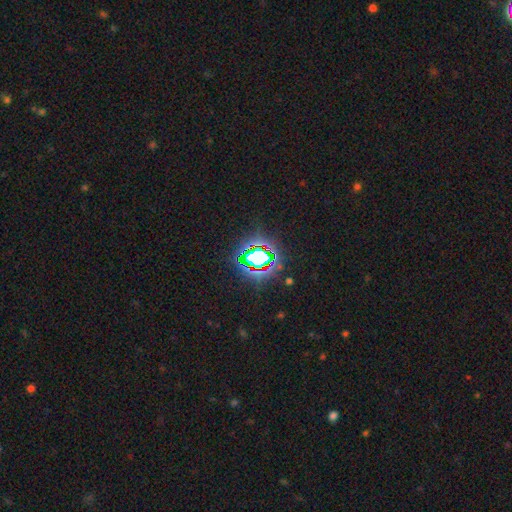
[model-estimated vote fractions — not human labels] Smooth or featured?
  - star or artifact: 72% *
  - smooth: 17%
  - featured or disk: 12%